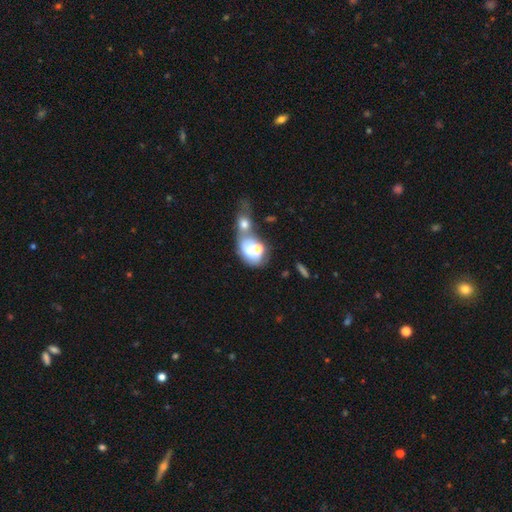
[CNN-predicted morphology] Q: Smooth or featured?
A: smooth (49%); runner-up: featured or disk (36%)
Q: Merging?
A: merger (69%); runner-up: none (13%)